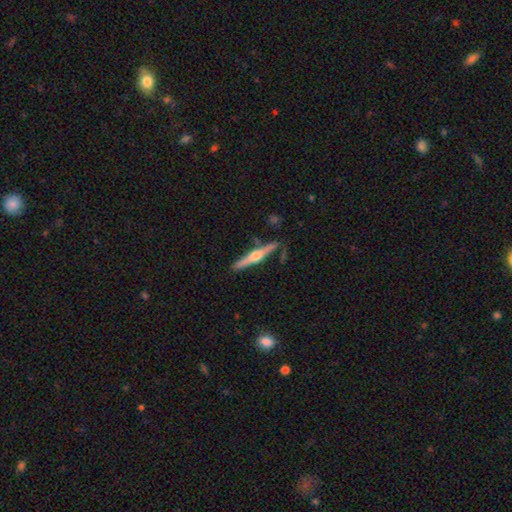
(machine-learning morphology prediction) featured or disk 69%, smooth 26%, star or artifact 5%. Down the decision tree: edge-on disk — yes (98%); edge-on bulge — rounded (93%); merging — none (84%).